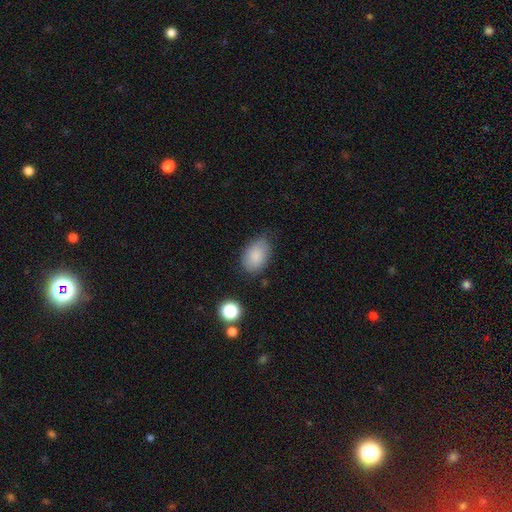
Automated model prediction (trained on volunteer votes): This is clearly a smooth galaxy (87%). How rounded: clearly in between (88%). Merging: likely none (72%).